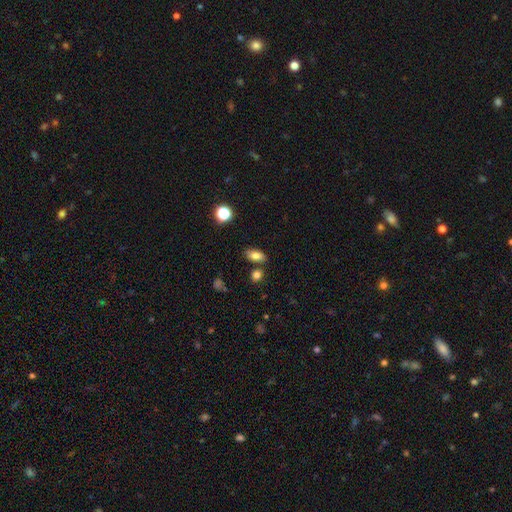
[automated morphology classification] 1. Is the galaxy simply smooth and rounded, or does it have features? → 80% smooth, 10% star or artifact, 9% featured or disk.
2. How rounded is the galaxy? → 86% in between, 8% round, 6% cigar-shaped.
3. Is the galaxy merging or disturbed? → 78% none, 12% minor disturbance, 8% merger, 3% major disturbance.